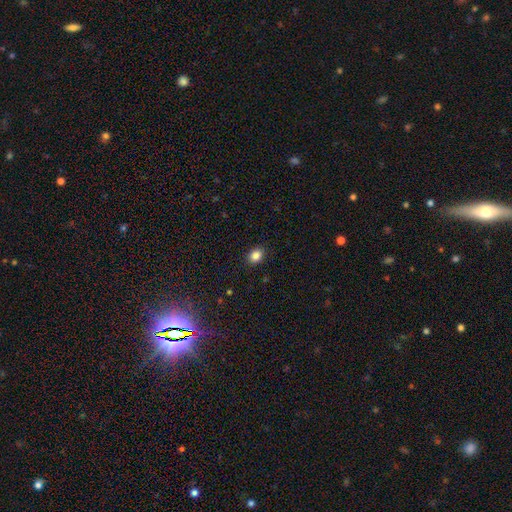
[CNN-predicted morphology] Smooth or featured? smooth (85%)
How rounded? in between (57%)
Merging? none (90%)